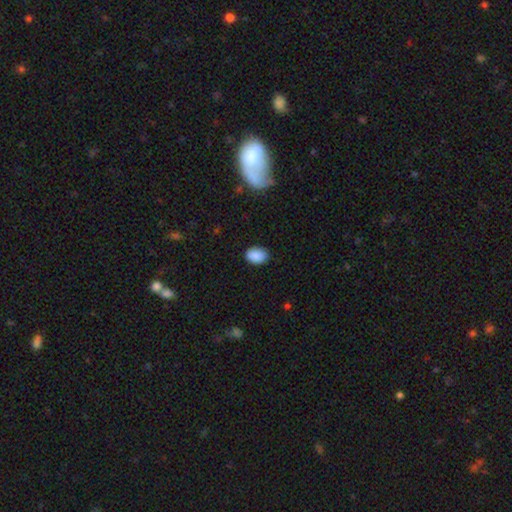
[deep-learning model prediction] smooth-or-featured: smooth: 89% | star or artifact: 8% | featured or disk: 3%
  how-rounded: in between: 79% | round: 20% | cigar-shaped: 1%
  merging: none: 86% | minor disturbance: 11% | major disturbance: 2% | merger: 1%